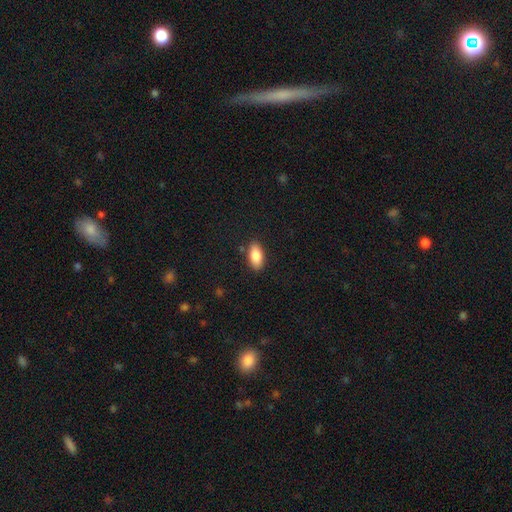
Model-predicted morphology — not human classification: smooth-or-featured: smooth: 85% | featured or disk: 8% | star or artifact: 7%
  how-rounded: in between: 90% | cigar-shaped: 7% | round: 3%
  merging: none: 87% | minor disturbance: 9% | major disturbance: 2% | merger: 2%